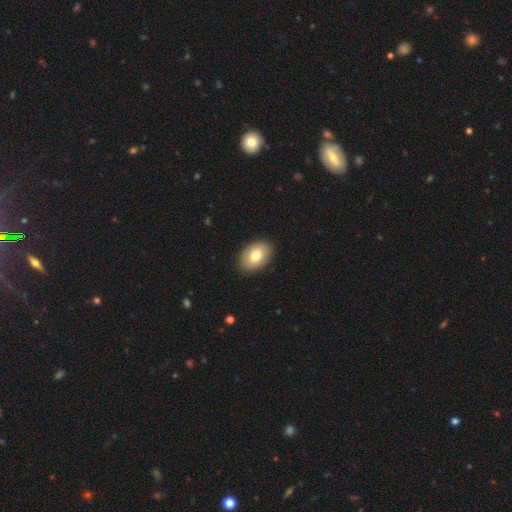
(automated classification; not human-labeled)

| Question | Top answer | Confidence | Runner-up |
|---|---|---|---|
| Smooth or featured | smooth | 79% | featured or disk (15%) |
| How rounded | in between | 86% | round (13%) |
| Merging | none | 89% | minor disturbance (8%) |